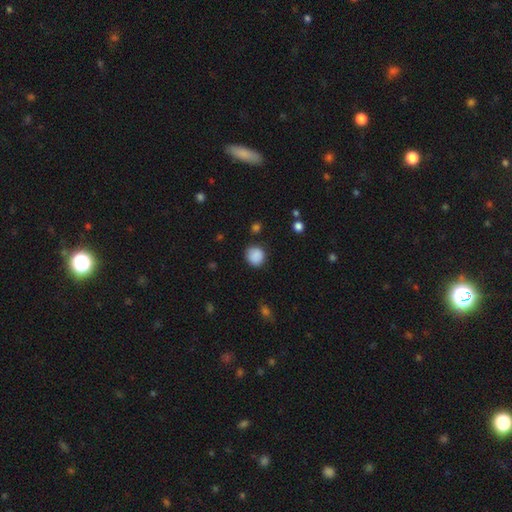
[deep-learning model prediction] Smooth or featured: smooth — 87% (star or artifact — 9%)
How rounded: round — 87% (in between — 13%)
Merging: none — 82% (minor disturbance — 12%)